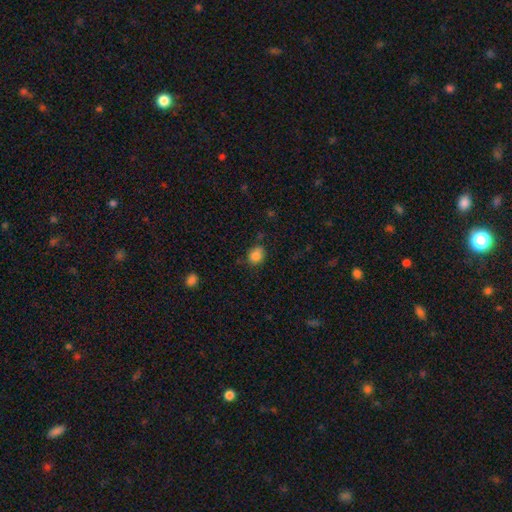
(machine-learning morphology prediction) The model was most divided on "how rounded": round: 53%, in between: 46%, cigar-shaped: 1%. More confident: smooth or featured — smooth (85%); merging — none (71%).